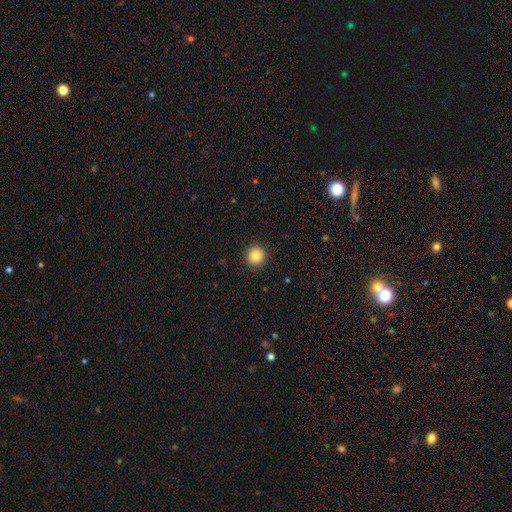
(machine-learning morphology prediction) Overall: smooth (84%). How rounded: round (95%). Merging: none (92%).